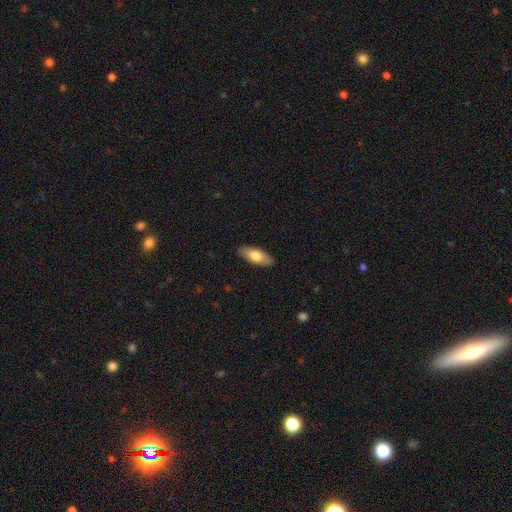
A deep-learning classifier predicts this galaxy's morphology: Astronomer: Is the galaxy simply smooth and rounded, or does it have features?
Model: smooth — 73%.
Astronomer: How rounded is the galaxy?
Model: in between — 77%.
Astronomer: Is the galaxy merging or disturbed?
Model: none — 88%.